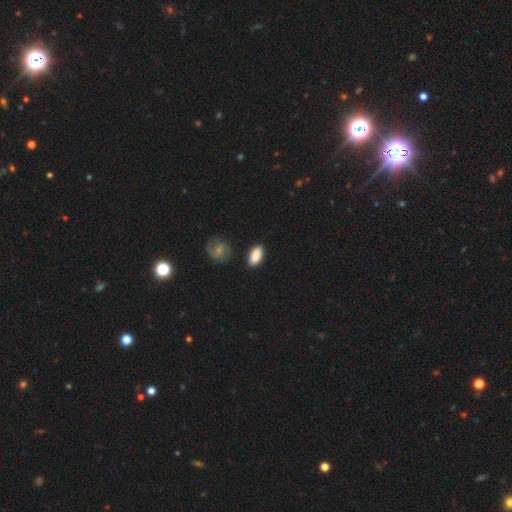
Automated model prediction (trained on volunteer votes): A smooth galaxy with no disk features (88%) that is in between round and cigar-shaped (89%).

Vote fractions:
- Smooth or featured? smooth: 88% / star or artifact: 6% / featured or disk: 6%
- How rounded? in between: 89% / cigar-shaped: 7% / round: 4%
- Merging? none: 83% / minor disturbance: 12% / merger: 3% / major disturbance: 2%